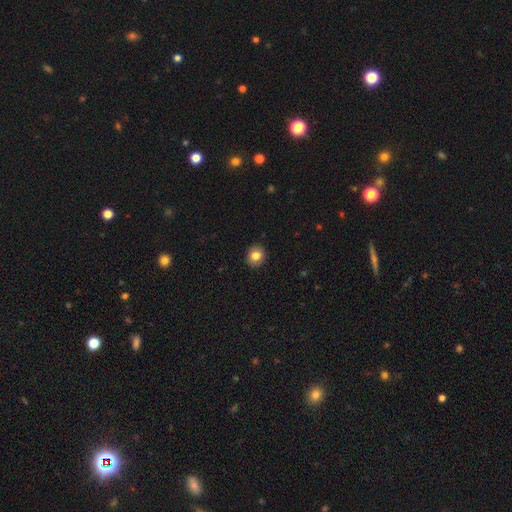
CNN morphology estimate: smooth 83%, star or artifact 9%, featured or disk 8%. Down the decision tree: how rounded — round (77%); merging — none (92%).